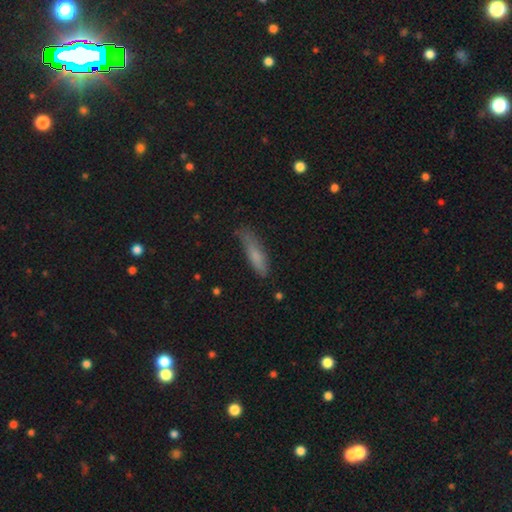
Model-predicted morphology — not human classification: Smooth or featured?
  - smooth: 75% *
  - featured or disk: 18%
  - star or artifact: 8%
How rounded?
  - cigar-shaped: 73% *
  - in between: 25%
  - round: 2%
Merging?
  - none: 62% *
  - minor disturbance: 28%
  - major disturbance: 7%
  - merger: 2%